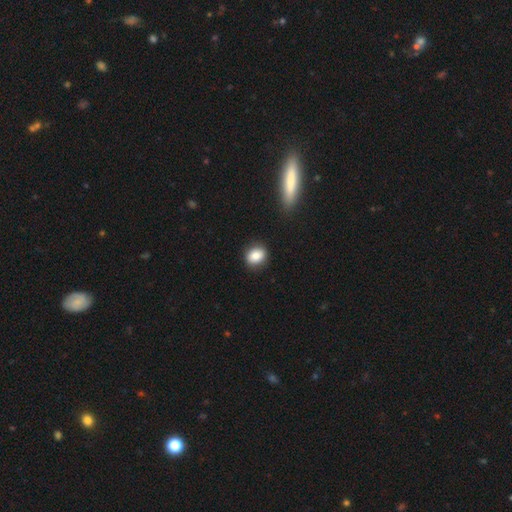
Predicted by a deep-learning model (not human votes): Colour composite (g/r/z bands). It shows a smooth galaxy with no disk features (83%) that is round (59%). Merging: none (87%).